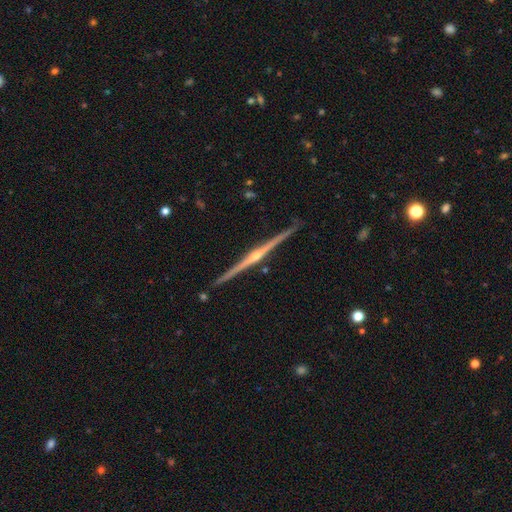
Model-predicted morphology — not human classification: This is clearly a featured or disk galaxy (89%). It is clearly viewed edge-on (99%). Edge-on bulge: clearly rounded (86%). Merging: clearly none (92%).